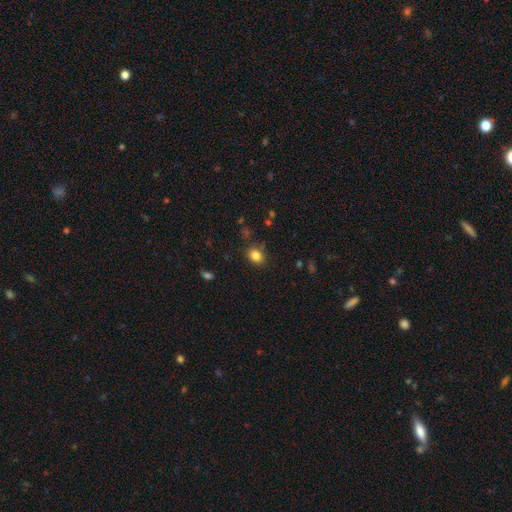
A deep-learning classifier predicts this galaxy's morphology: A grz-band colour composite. It shows a smooth galaxy with no disk features (84%) that is round (50%). Merging: none (83%).